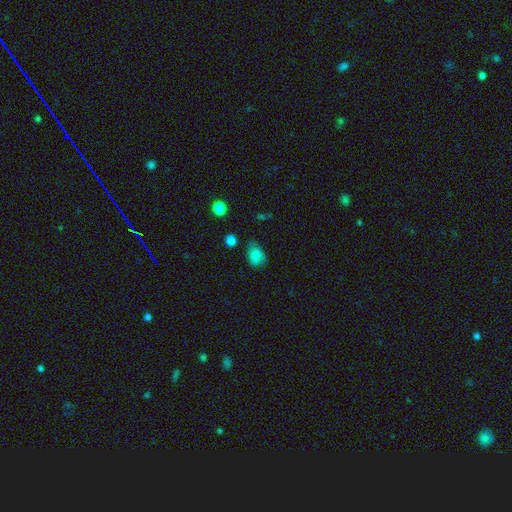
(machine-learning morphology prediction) Overall: smooth (79%). How rounded: in between (74%). Merging: none (53%; minor disturbance 33%).